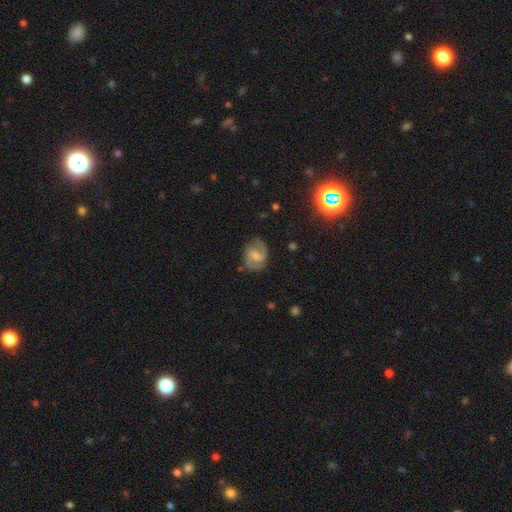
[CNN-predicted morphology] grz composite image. It shows a featured or disk galaxy (80%) with a weak bar (56%), 2 (89%) medium (54%) spiral arms (95%) and a small central bulge (42%). Merging: none (75%).